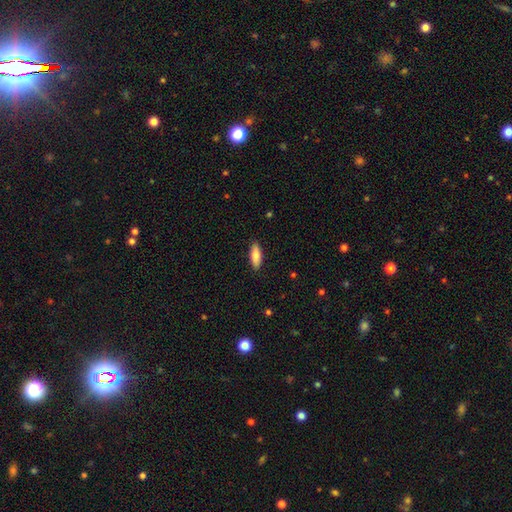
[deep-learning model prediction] Smooth or featured: smooth — 82% (featured or disk — 12%)
How rounded: in between — 65% (cigar-shaped — 33%)
Merging: none — 89% (minor disturbance — 8%)